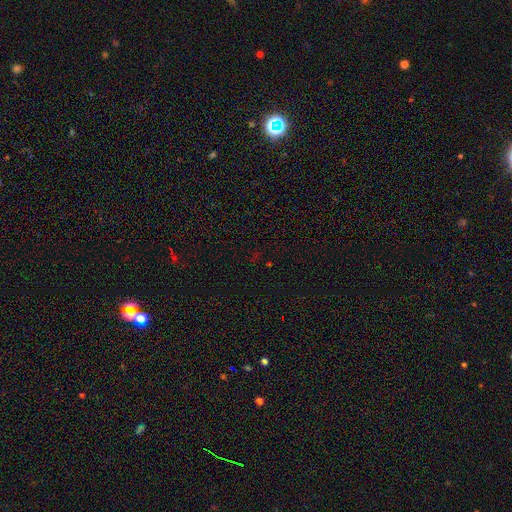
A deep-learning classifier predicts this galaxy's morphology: smooth_or_featured: star or artifact (p=0.71) [alt: smooth p=0.21]